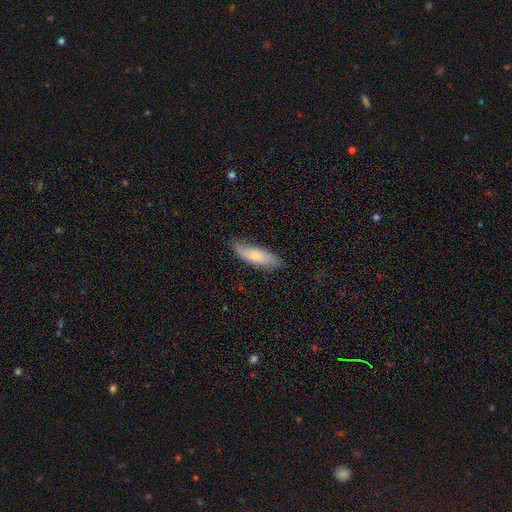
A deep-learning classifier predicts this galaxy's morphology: Q: Smooth or featured?
A: smooth (73%); runner-up: featured or disk (21%)
Q: How rounded?
A: in between (53%); runner-up: cigar-shaped (45%)
Q: Merging?
A: none (78%); runner-up: minor disturbance (18%)